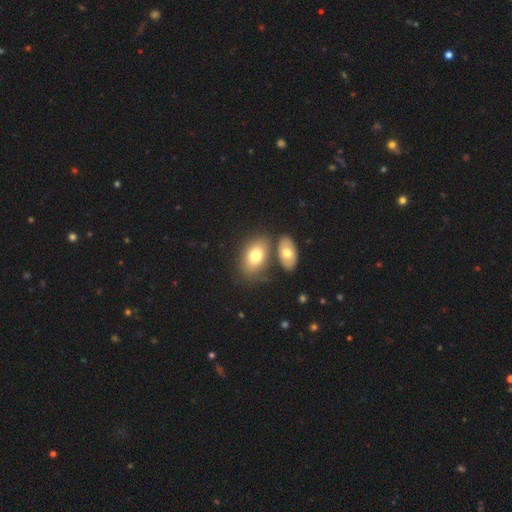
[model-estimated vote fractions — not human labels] Morphology: type=smooth (72%); roundness=in between (88%); merging=none (55%).